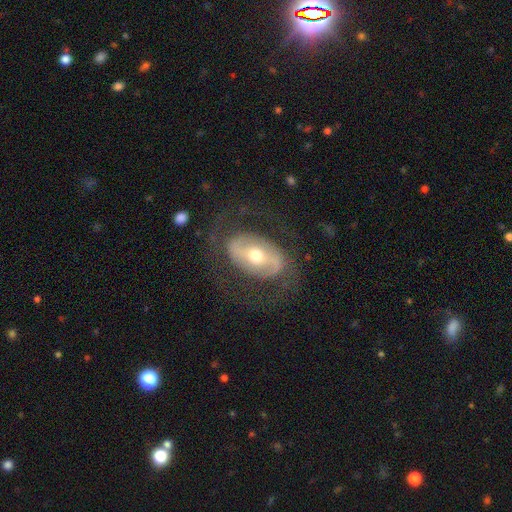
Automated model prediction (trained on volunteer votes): A featured or disk galaxy (74%) with a strong bar (36%), spiral arms (64%) and a moderate central bulge (65%).

Vote fractions:
- Smooth or featured? featured or disk: 74% / smooth: 20% / star or artifact: 6%
- Edge-on disk? no: 93% / yes: 7%
- Bar? strong: 36% / no: 33% / weak: 31%
- Spiral arms? yes: 64% / no: 36%
- Bulge size? moderate: 65% / small: 27% / large: 6% / dominant: 1% / none: 1%
- Merging? none: 73% / major disturbance: 13% / minor disturbance: 12% / merger: 1%